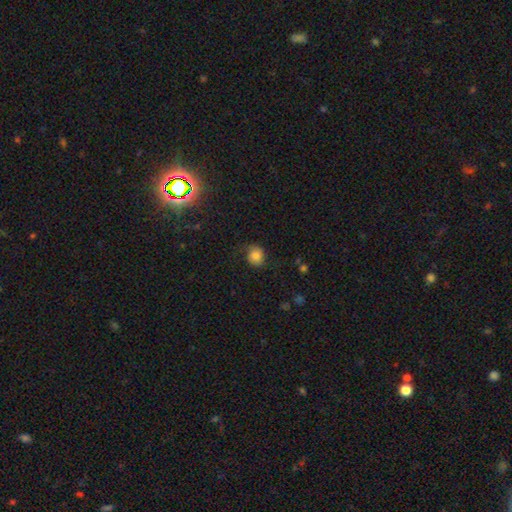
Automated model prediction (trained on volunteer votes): Q: Smooth or featured?
A: smooth (81%); runner-up: star or artifact (11%)
Q: How rounded?
A: round (77%); runner-up: in between (22%)
Q: Merging?
A: none (71%); runner-up: minor disturbance (20%)